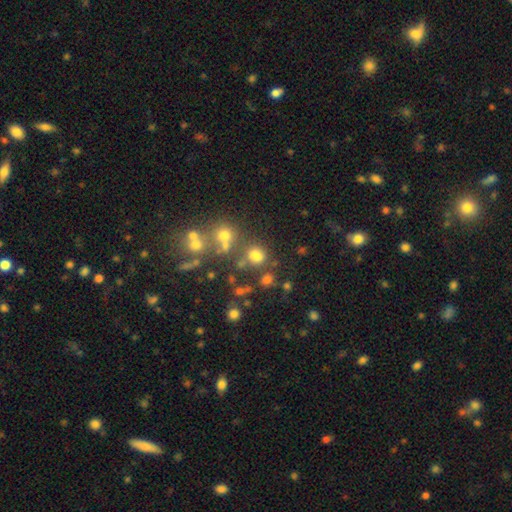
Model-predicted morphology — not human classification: A smooth galaxy with no disk features (72%) that is round (68%). Merging: none (62%).